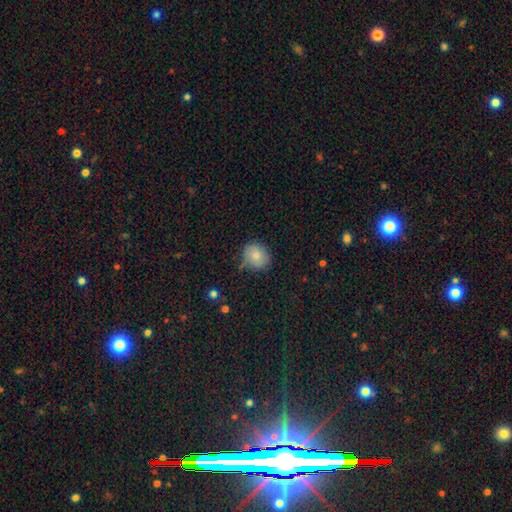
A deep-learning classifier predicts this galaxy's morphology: smooth-or-featured: smooth: 80% | featured or disk: 11% | star or artifact: 9%
  how-rounded: round: 75% | in between: 24% | cigar-shaped: 1%
  merging: none: 72% | minor disturbance: 22% | major disturbance: 4% | merger: 2%